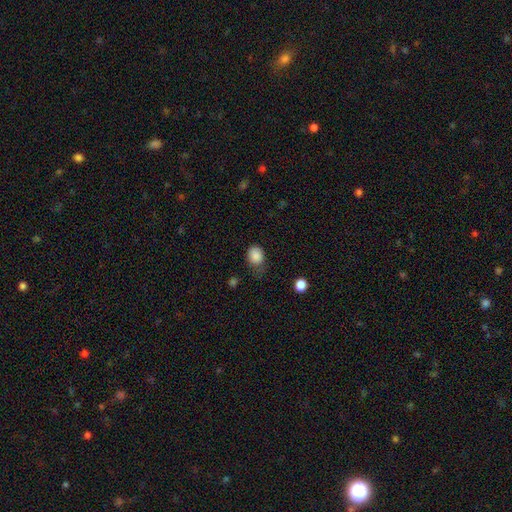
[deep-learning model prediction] Overall: smooth (86%). How rounded: in between (52%; round 47%). Merging: none (54%; minor disturbance 32%).